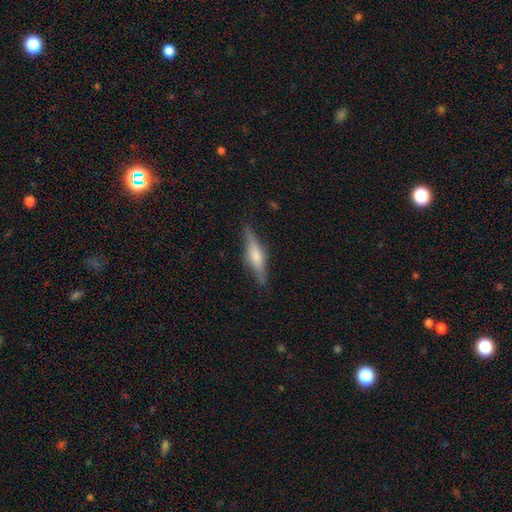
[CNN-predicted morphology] Q: Smooth or featured?
A: featured or disk (53%); runner-up: smooth (40%)
Q: Edge-on disk?
A: yes (95%); runner-up: no (5%)
Q: Edge-on bulge?
A: rounded (71%); runner-up: boxy (20%)
Q: Merging?
A: none (85%); runner-up: minor disturbance (11%)